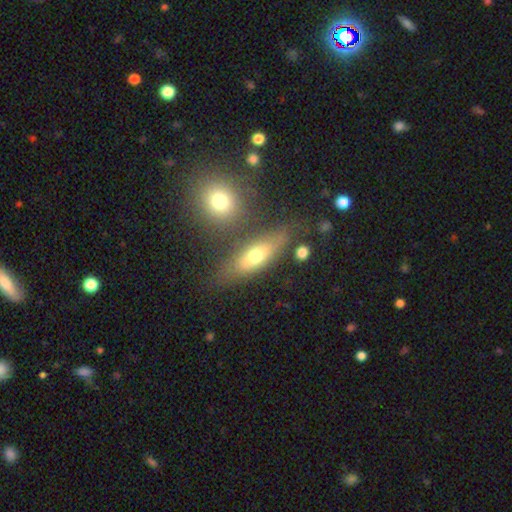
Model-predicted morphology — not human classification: This appears to be a smooth galaxy with no disk features (62%) that is in between round and cigar-shaped (60%). Merging: none (68%).